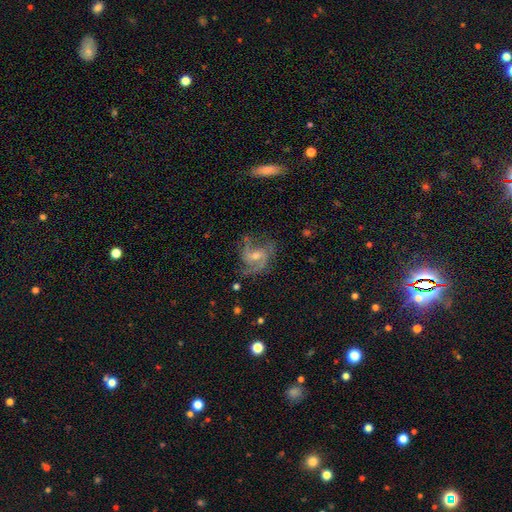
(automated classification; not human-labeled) A featured or disk galaxy (82%) with no bar (45%), 2 (60%) medium (50%) spiral arms (93%) and a moderate central bulge (49%).

Vote fractions:
- Smooth or featured? featured or disk: 82% / smooth: 11% / star or artifact: 8%
- Edge-on disk? no: 97% / yes: 3%
- Bar? no: 45% / weak: 43% / strong: 12%
- Spiral arms? yes: 93% / no: 7%
- Spiral winding? medium: 50% / loose: 30% / tight: 19%
- Spiral arm count? 2: 60% / 3: 16% / can't tell: 12% / 1: 5% / 4: 3% / more than 4: 3%
- Bulge size? moderate: 49% / small: 45% / large: 2% / none: 2% / dominant: 1%
- Merging? none: 60% / minor disturbance: 22% / major disturbance: 16% / merger: 2%